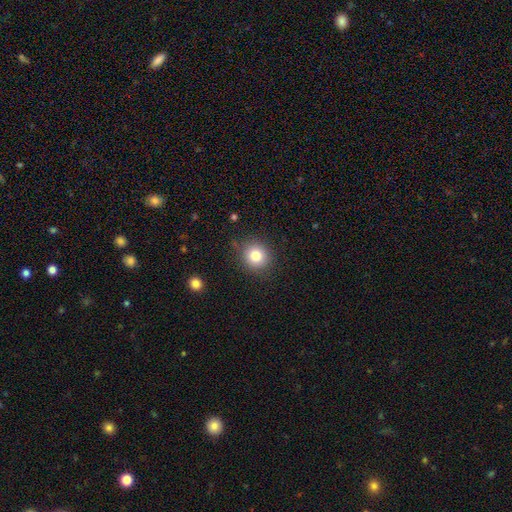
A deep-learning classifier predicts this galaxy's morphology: Overall: smooth (81%). How rounded: round (87%). Merging: none (85%).